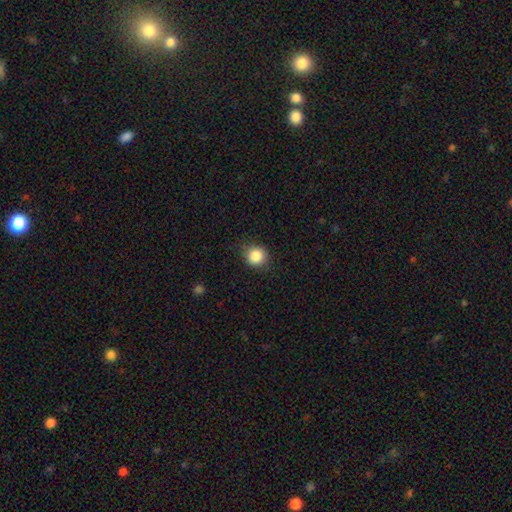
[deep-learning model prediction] smooth 86%, star or artifact 10%, featured or disk 4%. Down the decision tree: how rounded — round (88%); merging — none (82%).